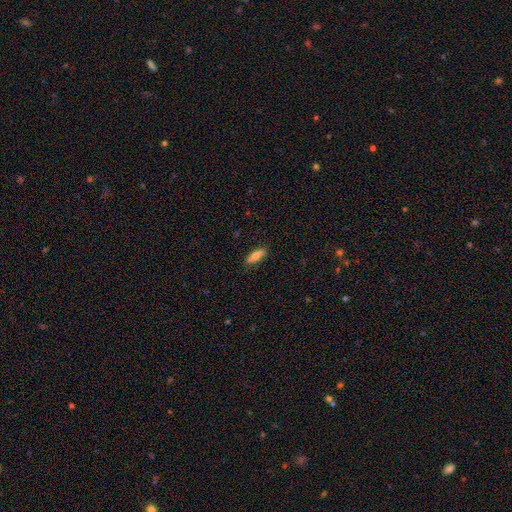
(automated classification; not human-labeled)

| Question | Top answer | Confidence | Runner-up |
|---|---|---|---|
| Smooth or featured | smooth | 71% | featured or disk (22%) |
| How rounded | cigar-shaped | 50% | in between (48%) |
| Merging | none | 85% | minor disturbance (12%) |